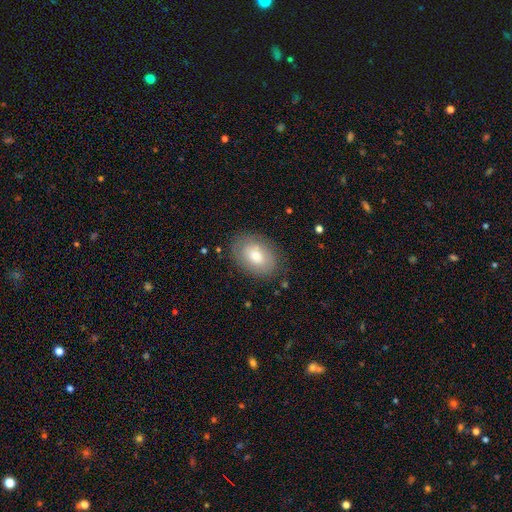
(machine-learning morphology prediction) A smooth galaxy with no disk features (70%) that is in between round and cigar-shaped (82%).

Vote fractions:
- Smooth or featured? smooth: 70% / featured or disk: 22% / star or artifact: 8%
- How rounded? in between: 82% / round: 16% / cigar-shaped: 1%
- Merging? none: 82% / minor disturbance: 13% / major disturbance: 4% / merger: 1%